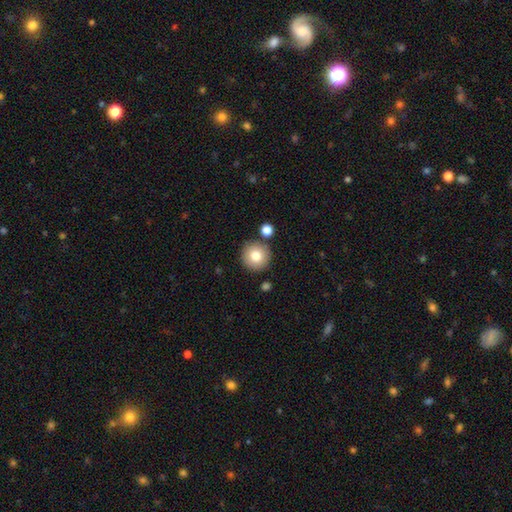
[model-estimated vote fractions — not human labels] This is likely a smooth galaxy (80%). How rounded: clearly round (95%). Merging: clearly none (85%).